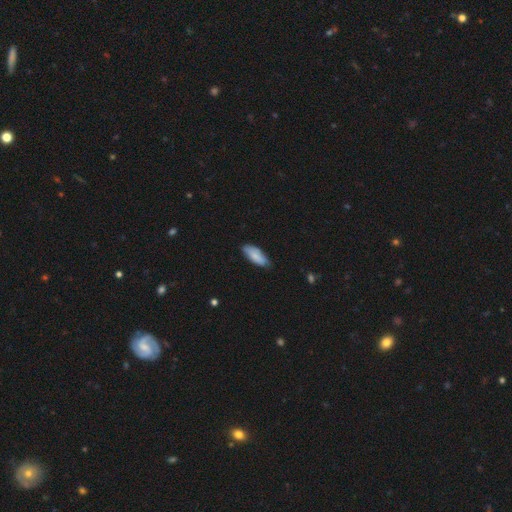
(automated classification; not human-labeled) Smooth or featured?
  - smooth: 82% *
  - featured or disk: 12%
  - star or artifact: 6%
How rounded?
  - in between: 80% *
  - cigar-shaped: 19%
  - round: 2%
Merging?
  - none: 72% *
  - minor disturbance: 24%
  - major disturbance: 3%
  - merger: 1%